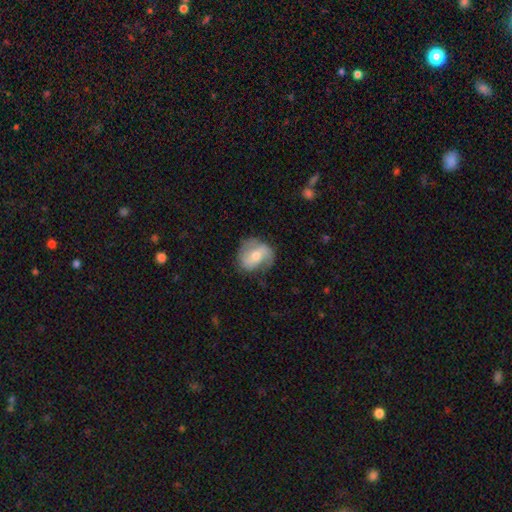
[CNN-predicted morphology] Q: Smooth or featured?
A: featured or disk (54%); runner-up: smooth (39%)
Q: Edge-on disk?
A: no (95%); runner-up: yes (5%)
Q: Bar?
A: no (38%); runner-up: weak (37%)
Q: Spiral arms?
A: yes (72%); runner-up: no (28%)
Q: Bulge size?
A: moderate (61%); runner-up: small (33%)
Q: Merging?
A: none (67%); runner-up: minor disturbance (23%)